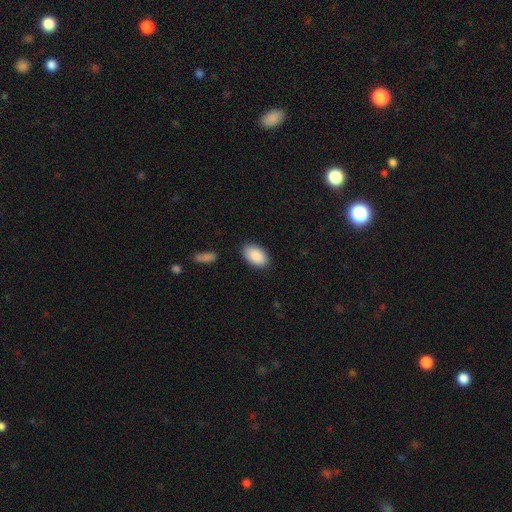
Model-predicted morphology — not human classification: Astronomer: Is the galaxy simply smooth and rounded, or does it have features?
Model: smooth — 91%.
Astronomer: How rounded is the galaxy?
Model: in between — 93%.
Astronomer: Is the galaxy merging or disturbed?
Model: none — 87%.